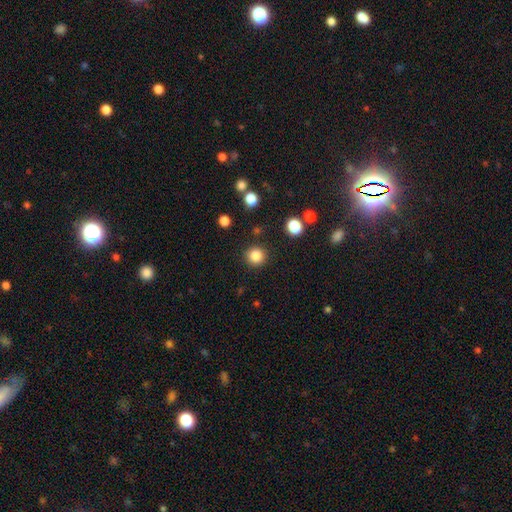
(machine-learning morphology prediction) This is clearly a smooth galaxy (85%). How rounded: clearly round (93%). Merging: clearly none (90%).